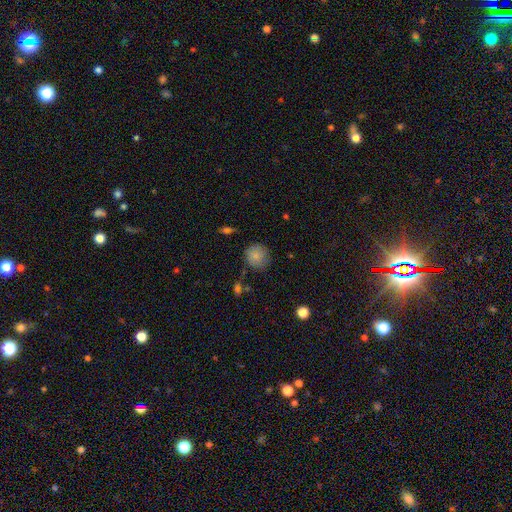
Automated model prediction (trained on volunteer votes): A smooth galaxy with no disk features (83%) that is round (89%).

Vote fractions:
- Smooth or featured? smooth: 83% / star or artifact: 9% / featured or disk: 8%
- How rounded? round: 89% / in between: 10% / cigar-shaped: 1%
- Merging? none: 76% / minor disturbance: 18% / major disturbance: 4% / merger: 2%